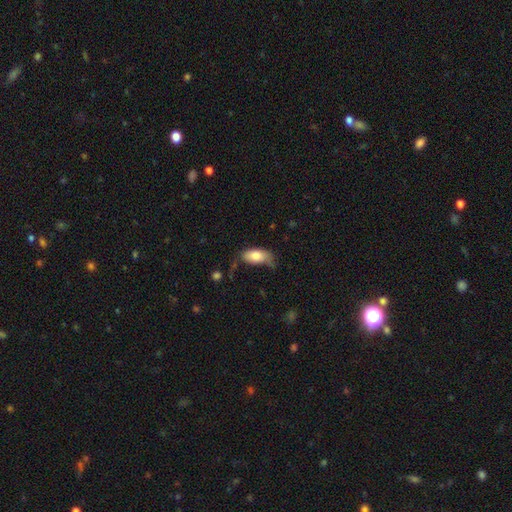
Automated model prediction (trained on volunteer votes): Q: Smooth or featured?
A: smooth (80%); runner-up: featured or disk (13%)
Q: How rounded?
A: in between (92%); runner-up: cigar-shaped (5%)
Q: Merging?
A: none (44%); runner-up: minor disturbance (35%)